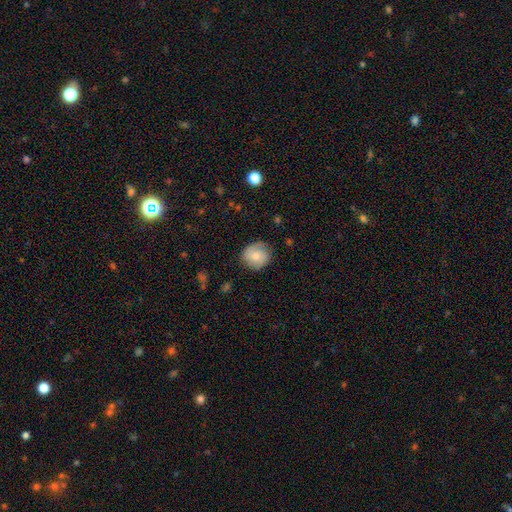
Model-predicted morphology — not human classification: The model was most divided on "smooth or featured": smooth: 69%, featured or disk: 24%, star or artifact: 8%. More confident: how rounded — round (87%); merging — none (79%).